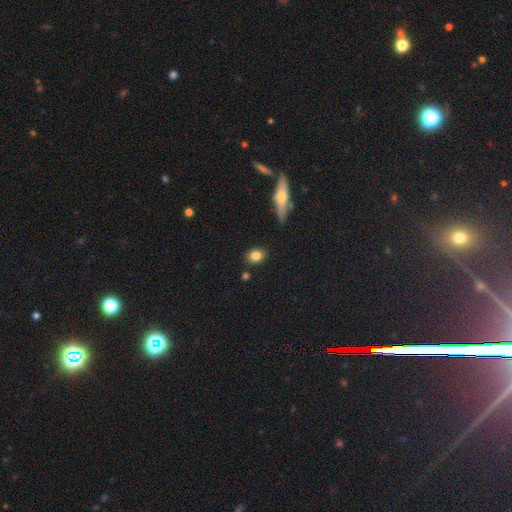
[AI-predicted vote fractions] smooth 82%, featured or disk 9%, star or artifact 9%. Down the decision tree: how rounded — in between (57%); merging — none (85%).